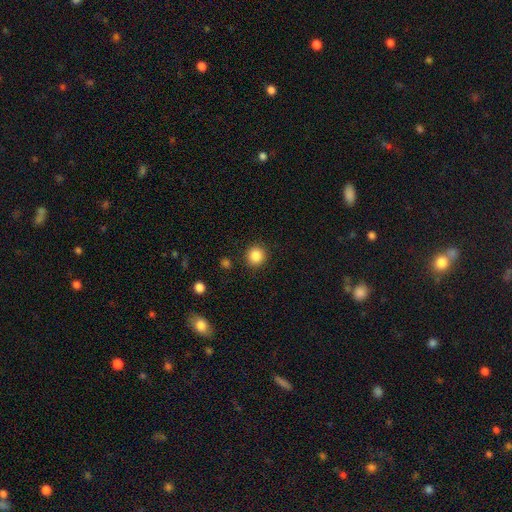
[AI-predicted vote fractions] Smooth or featured: smooth — 86% (star or artifact — 10%)
How rounded: round — 93% (in between — 6%)
Merging: none — 90% (minor disturbance — 6%)